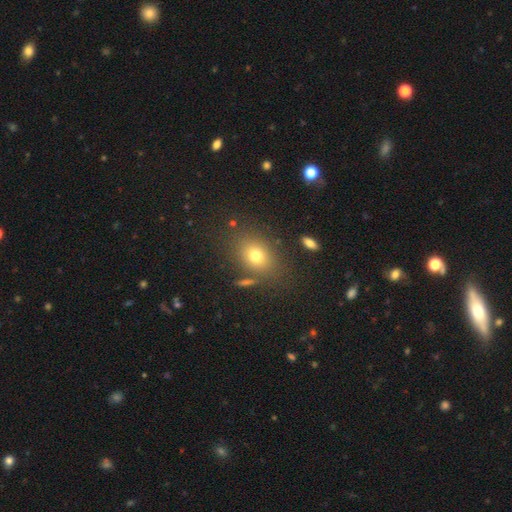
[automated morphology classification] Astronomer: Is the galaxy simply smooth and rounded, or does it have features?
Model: smooth — 73%.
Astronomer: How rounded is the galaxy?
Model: in between — 57% (runner-up: round, 41%).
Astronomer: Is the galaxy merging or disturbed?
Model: none — 78%.